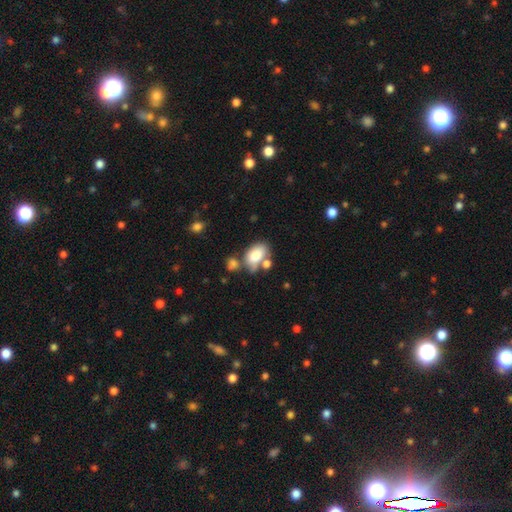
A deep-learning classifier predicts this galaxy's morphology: This appears to be a smooth galaxy with no disk features (79%) that is in between round and cigar-shaped (89%). Merging: none (37%).